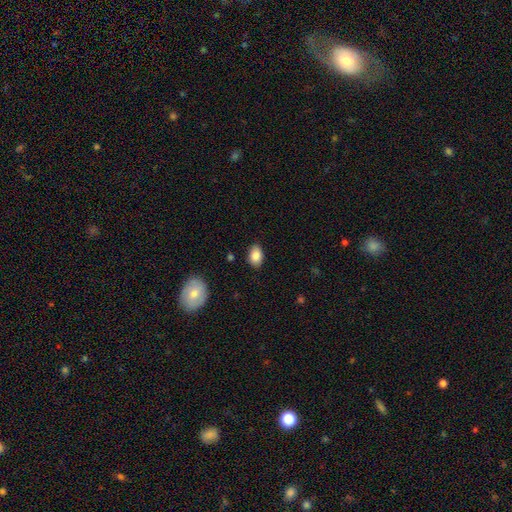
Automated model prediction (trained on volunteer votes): The model was most divided on "merging": none: 85%, minor disturbance: 11%, major disturbance: 2%, merger: 1%. More confident: how rounded — in between (87%); smooth or featured — smooth (87%).